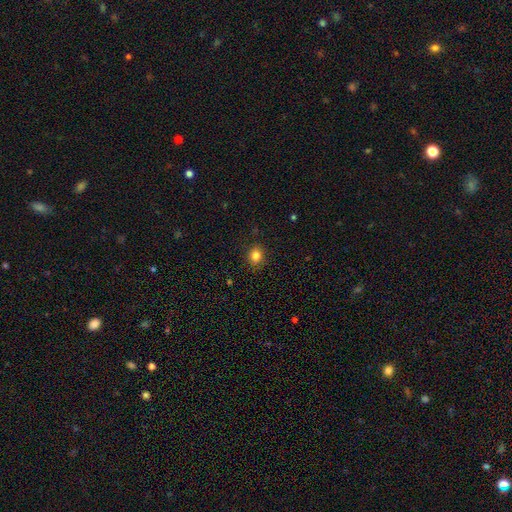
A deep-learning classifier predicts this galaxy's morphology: smooth 83%, star or artifact 12%, featured or disk 5%. Down the decision tree: how rounded — round (67%); merging — none (88%).